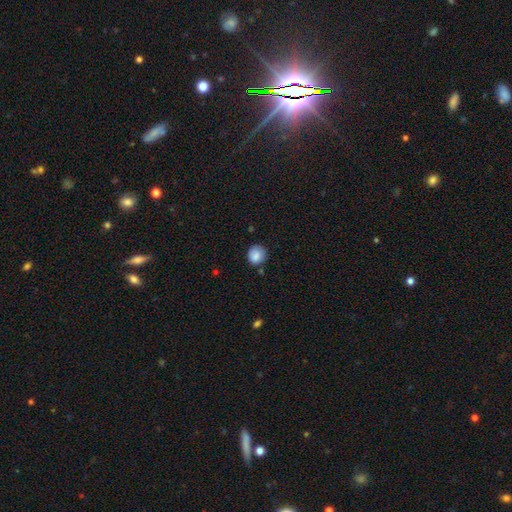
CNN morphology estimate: This appears to be a smooth galaxy with no disk features (85%) that is round (84%). Merging: none (73%).